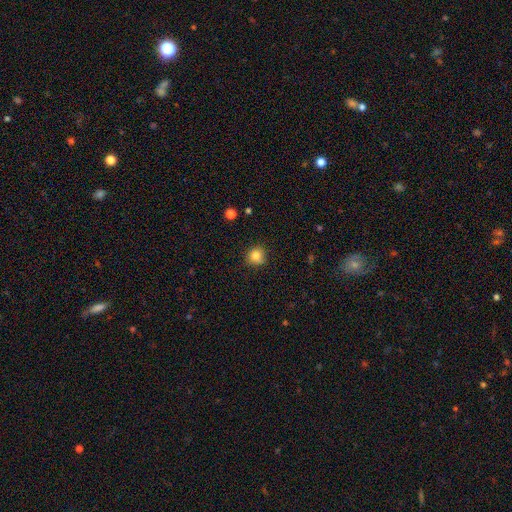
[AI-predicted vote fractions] A smooth galaxy with no disk features (83%) that is round (89%).

Vote fractions:
- Smooth or featured? smooth: 83% / star or artifact: 11% / featured or disk: 6%
- How rounded? round: 89% / in between: 10% / cigar-shaped: 1%
- Merging? none: 84% / minor disturbance: 12% / major disturbance: 2% / merger: 1%